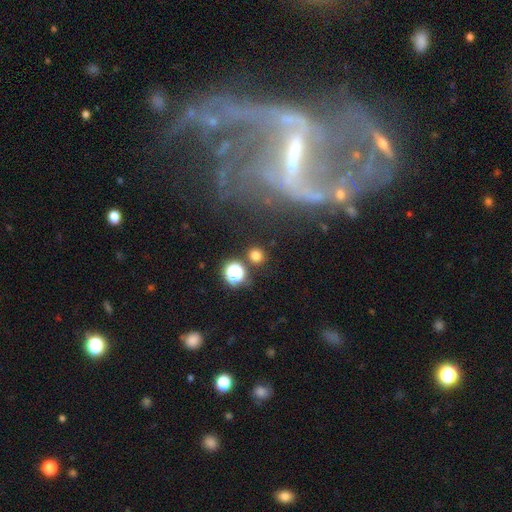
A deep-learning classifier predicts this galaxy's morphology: type=smooth (75%); roundness=round (90%); merging=none (85%).